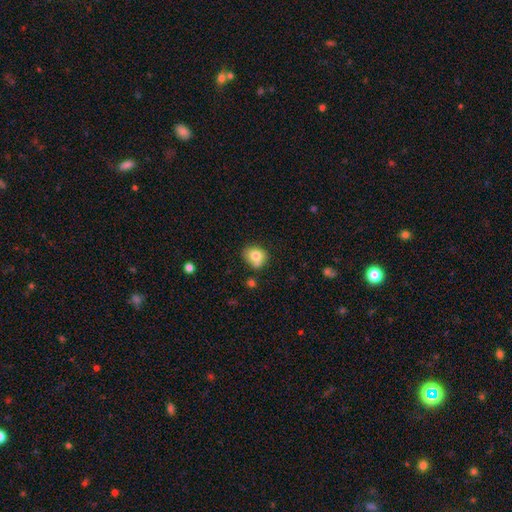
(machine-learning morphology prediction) Q: Smooth or featured?
A: smooth (78%); runner-up: featured or disk (12%)
Q: How rounded?
A: round (66%); runner-up: in between (34%)
Q: Merging?
A: none (58%); runner-up: minor disturbance (22%)